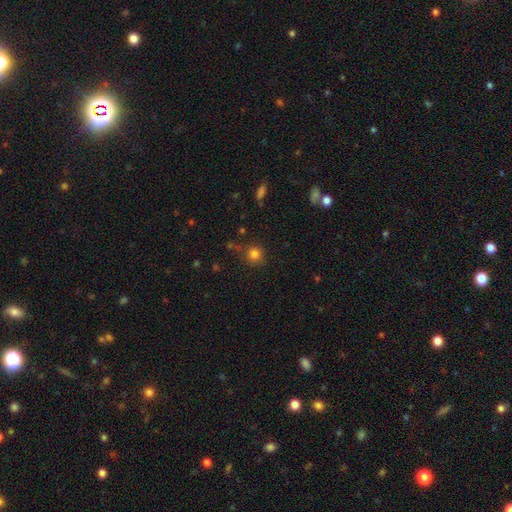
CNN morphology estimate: Q: Smooth or featured?
A: smooth (73%); runner-up: star or artifact (21%)
Q: How rounded?
A: round (92%); runner-up: in between (7%)
Q: Merging?
A: none (79%); runner-up: minor disturbance (12%)